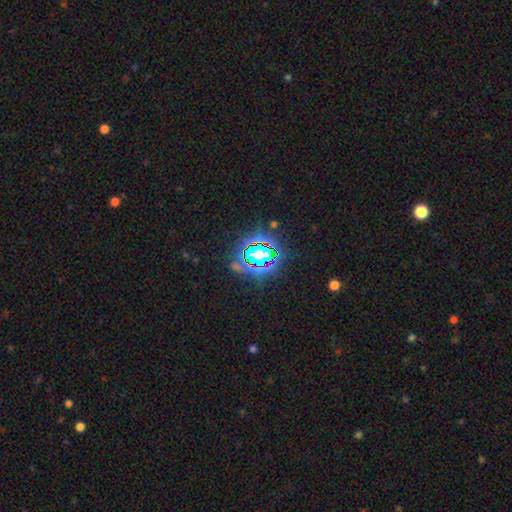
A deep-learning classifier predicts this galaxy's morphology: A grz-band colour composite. It shows a star or artifact, not a galaxy (78%).